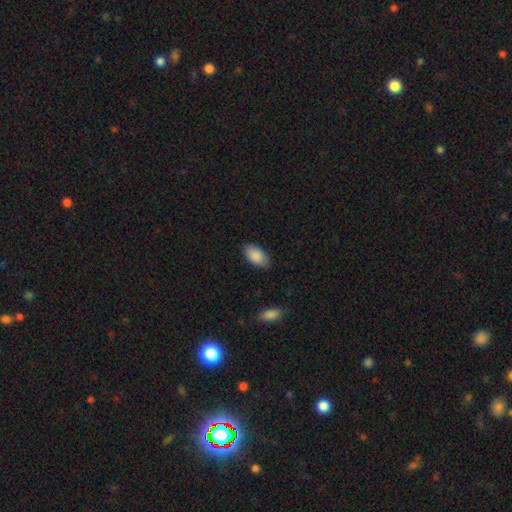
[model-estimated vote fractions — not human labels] A smooth galaxy with no disk features (89%) that is in between round and cigar-shaped (95%).

Vote fractions:
- Smooth or featured? smooth: 89% / star or artifact: 6% / featured or disk: 5%
- How rounded? in between: 95% / round: 3% / cigar-shaped: 2%
- Merging? none: 85% / minor disturbance: 12% / major disturbance: 3% / merger: 1%